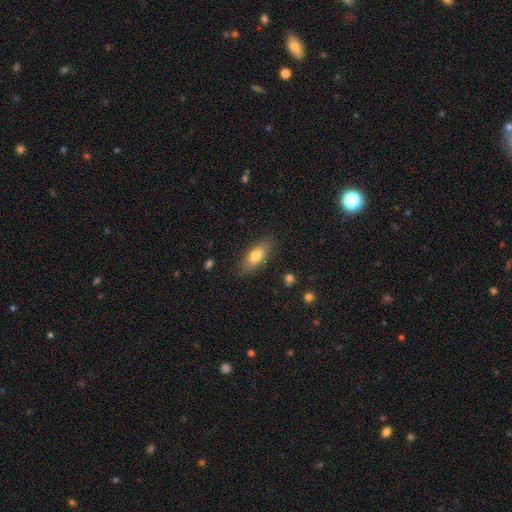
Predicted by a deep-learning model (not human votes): A smooth galaxy with no disk features (76%) that is in between round and cigar-shaped (80%). Merging: none (82%).